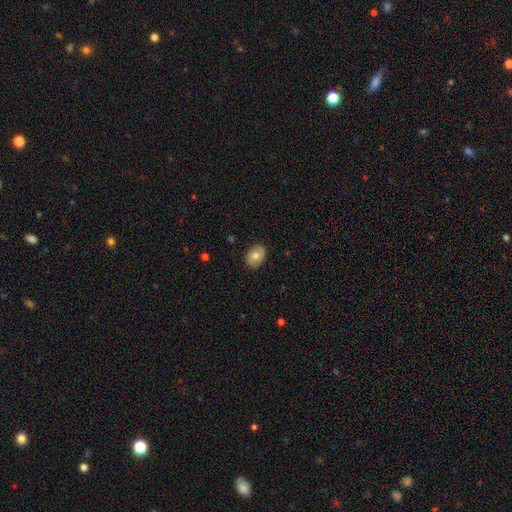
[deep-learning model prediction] The model was most divided on "how rounded": in between: 75%, round: 24%, cigar-shaped: 1%. More confident: merging — none (88%); smooth or featured — smooth (78%).